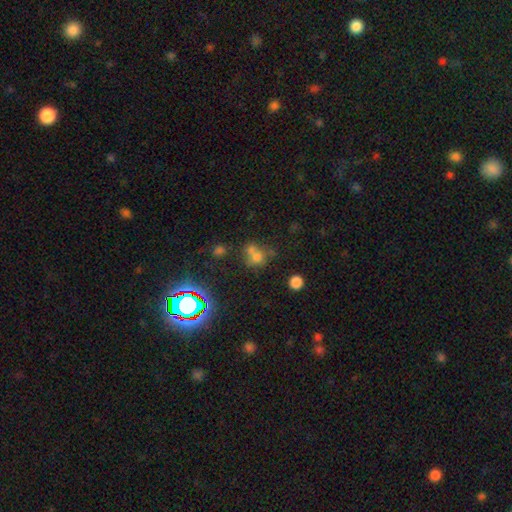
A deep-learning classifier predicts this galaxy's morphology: type=smooth (60%); roundness=round (64%); merging=merger (48%).